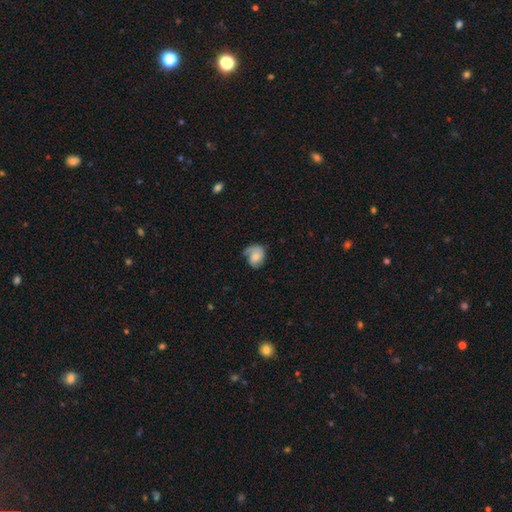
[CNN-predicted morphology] smooth_or_featured: featured or disk (p=0.50) [alt: smooth p=0.43]
merging: none (p=0.47) [alt: minor disturbance p=0.28]